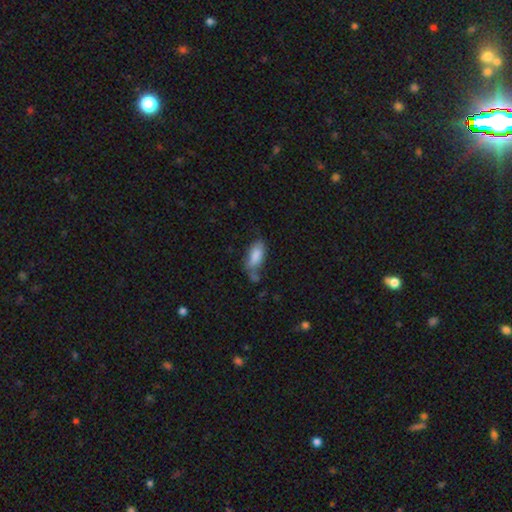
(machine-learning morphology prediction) This appears to be a smooth galaxy with no disk features (83%) that is in between round and cigar-shaped (85%). Merging: none (47%).